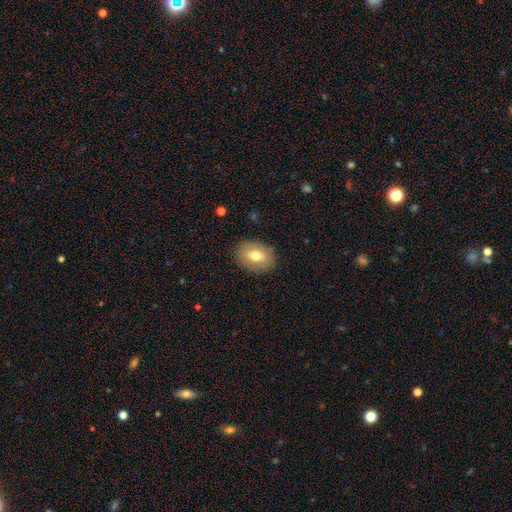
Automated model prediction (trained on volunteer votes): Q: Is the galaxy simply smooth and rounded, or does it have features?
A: smooth — 69%.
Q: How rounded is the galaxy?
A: in between — 77%.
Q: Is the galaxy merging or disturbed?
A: none — 85%.